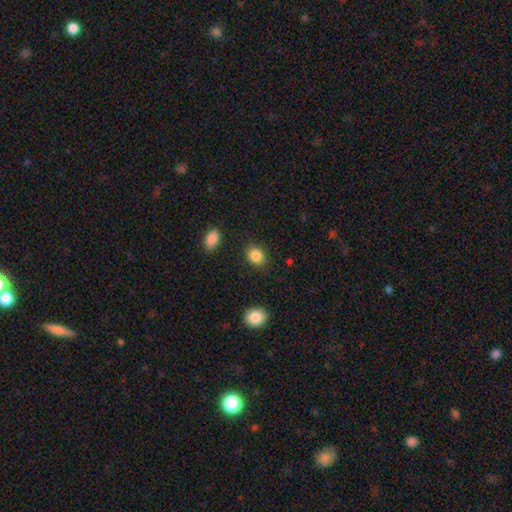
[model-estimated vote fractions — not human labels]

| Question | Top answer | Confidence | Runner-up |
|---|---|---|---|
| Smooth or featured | smooth | 86% | star or artifact (9%) |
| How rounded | round | 50% | in between (49%) |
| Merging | none | 84% | minor disturbance (11%) |